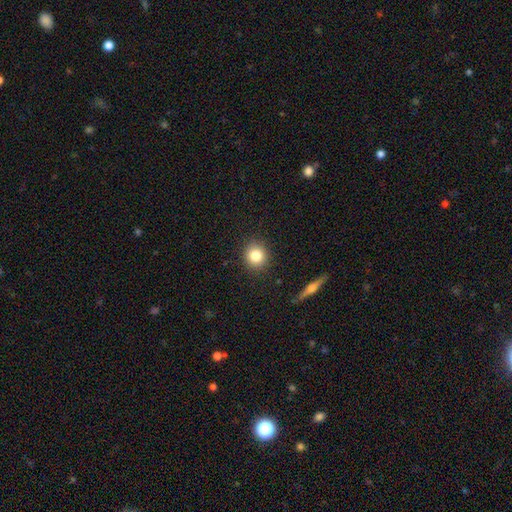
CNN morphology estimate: Smooth or featured?
  - smooth: 81% *
  - star or artifact: 10%
  - featured or disk: 9%
How rounded?
  - round: 90% *
  - in between: 9%
  - cigar-shaped: 1%
Merging?
  - none: 90% *
  - minor disturbance: 7%
  - major disturbance: 2%
  - merger: 1%